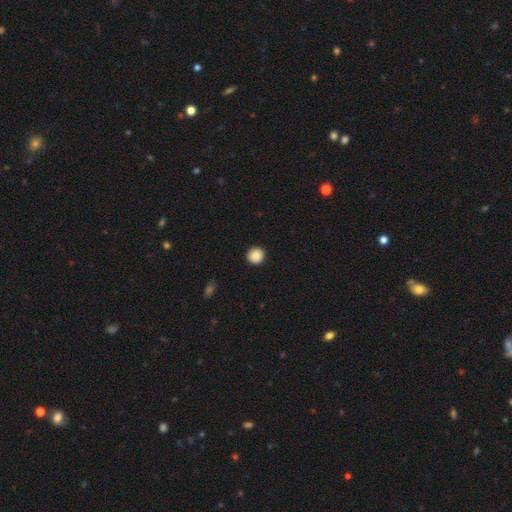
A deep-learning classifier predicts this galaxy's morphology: Q: Smooth or featured?
A: smooth (89%); runner-up: star or artifact (8%)
Q: How rounded?
A: round (95%); runner-up: in between (4%)
Q: Merging?
A: none (93%); runner-up: minor disturbance (4%)